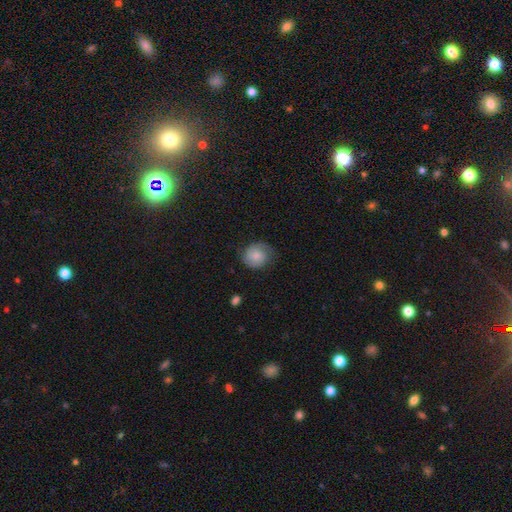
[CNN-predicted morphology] Q: Smooth or featured?
A: smooth (65%); runner-up: featured or disk (28%)
Q: How rounded?
A: round (77%); runner-up: in between (22%)
Q: Merging?
A: none (63%); runner-up: minor disturbance (26%)